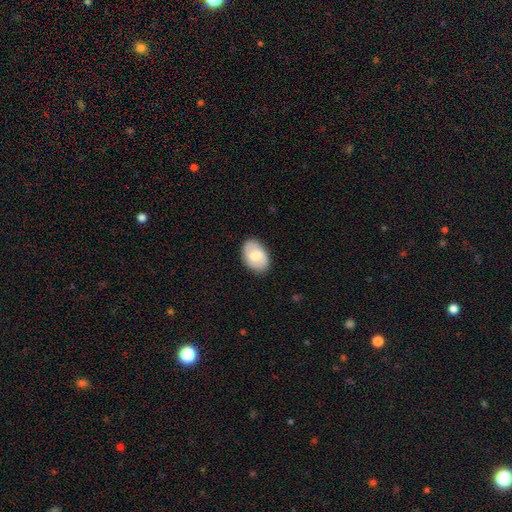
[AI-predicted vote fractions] A smooth galaxy with no disk features (58%) that is in between round and cigar-shaped (88%).

Vote fractions:
- Smooth or featured? smooth: 58% / featured or disk: 35% / star or artifact: 7%
- How rounded? in between: 88% / round: 11% / cigar-shaped: 1%
- Merging? none: 82% / minor disturbance: 13% / major disturbance: 3% / merger: 1%